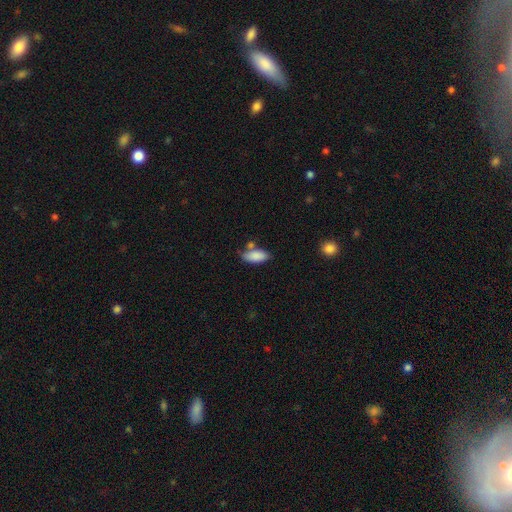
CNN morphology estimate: Smooth or featured? Predicted: smooth (p=0.86). How rounded? Predicted: in between (p=0.87). Merging? Predicted: none (p=0.61).